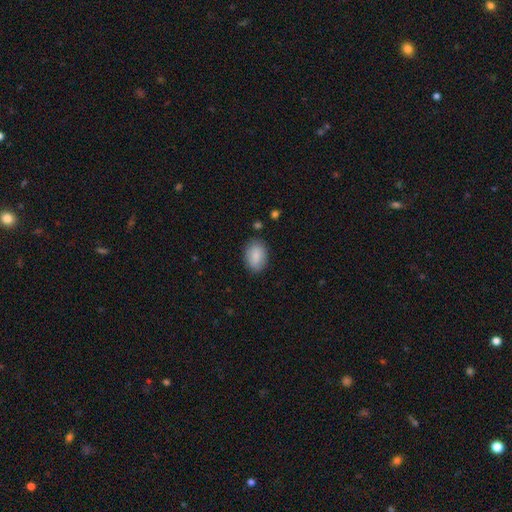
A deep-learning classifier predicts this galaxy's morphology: This appears to be a smooth galaxy with no disk features (85%) that is in between round and cigar-shaped (85%). Merging: none (82%).